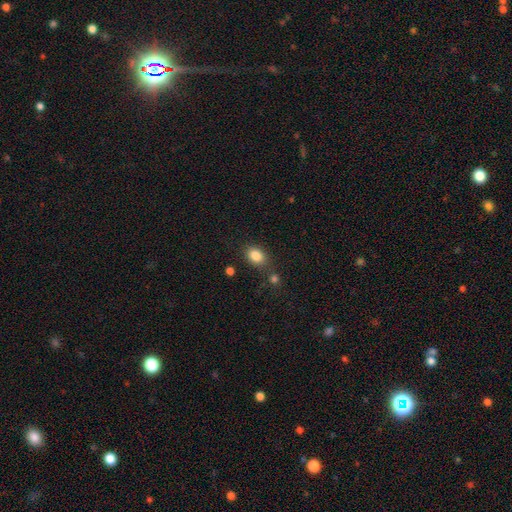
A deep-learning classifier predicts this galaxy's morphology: Smooth or featured: smooth — 84% (star or artifact — 10%)
How rounded: in between — 67% (round — 32%)
Merging: none — 74% (minor disturbance — 13%)